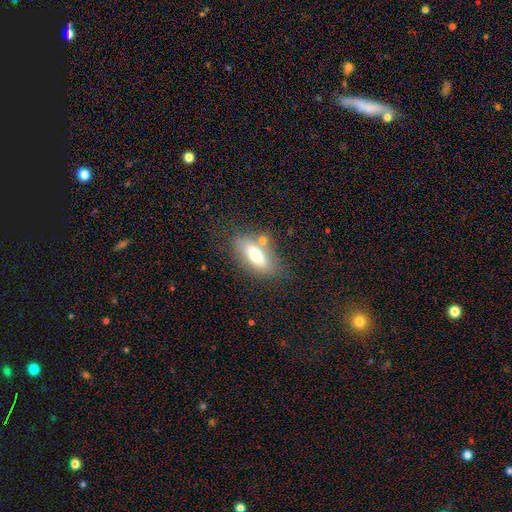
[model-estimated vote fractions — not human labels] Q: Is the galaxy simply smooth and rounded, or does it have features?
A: smooth — 68%.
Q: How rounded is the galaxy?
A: in between — 75%.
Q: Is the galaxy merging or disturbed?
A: none — 63%.